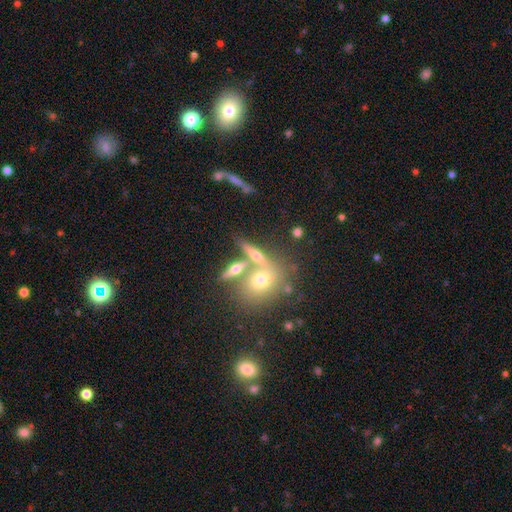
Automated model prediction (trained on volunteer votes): A smooth galaxy with no disk features (45%). Merging: none (51%).